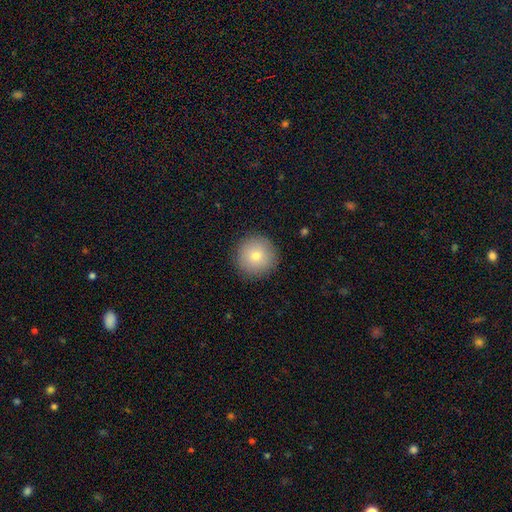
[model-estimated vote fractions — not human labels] Morphology: type=smooth (78%); roundness=round (96%); merging=none (91%).